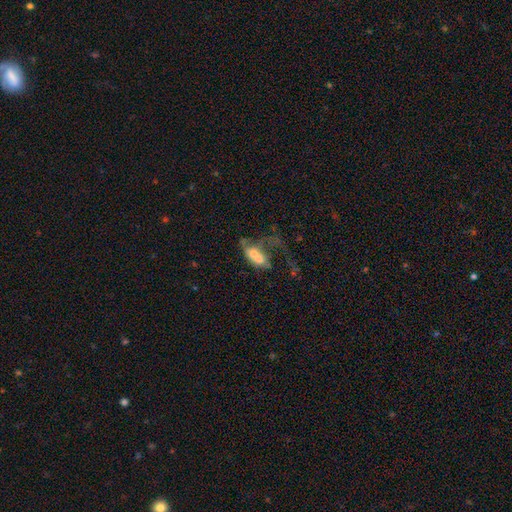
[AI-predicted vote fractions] A smooth galaxy with no disk features (48%). Merging: merger (44%).